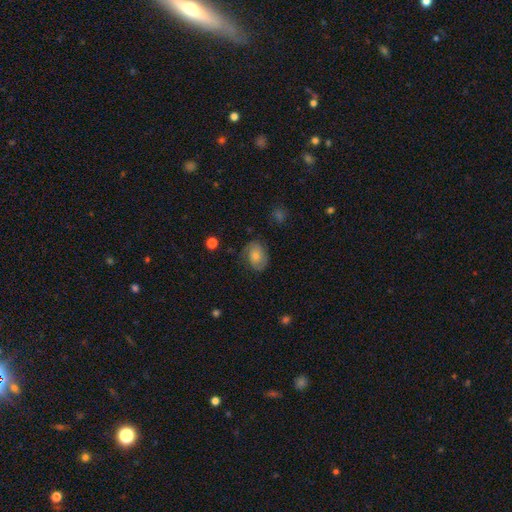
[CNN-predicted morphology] Overall: smooth (54%; featured or disk 37%). How rounded: in between (69%; round 30%). Merging: none (68%).